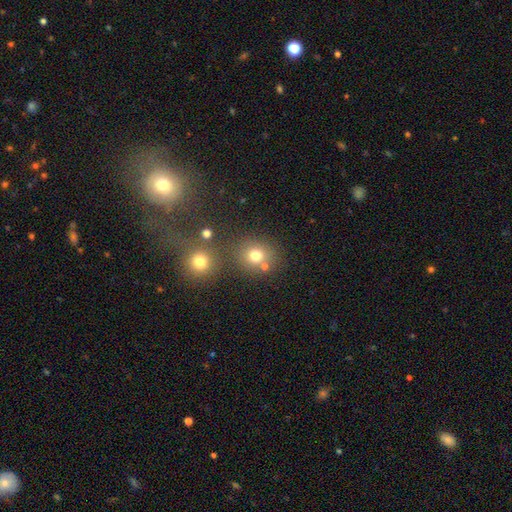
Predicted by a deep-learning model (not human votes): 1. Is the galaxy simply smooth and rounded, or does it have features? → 75% smooth, 17% star or artifact, 8% featured or disk.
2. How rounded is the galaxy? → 82% round, 17% in between, 1% cigar-shaped.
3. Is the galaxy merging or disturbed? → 70% none, 16% merger, 10% minor disturbance, 4% major disturbance.